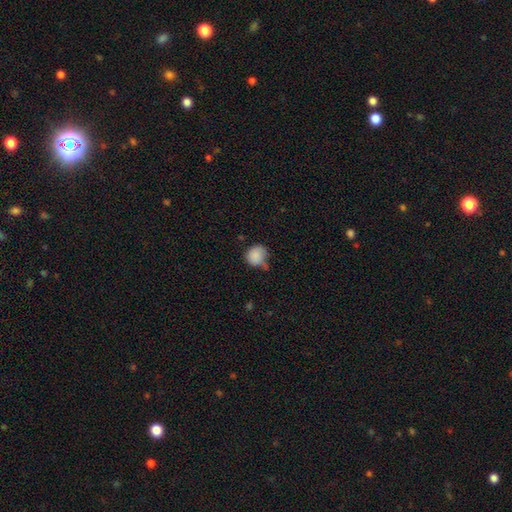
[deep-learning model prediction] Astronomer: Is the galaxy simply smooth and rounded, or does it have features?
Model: smooth — 85%.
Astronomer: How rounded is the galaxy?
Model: round — 81%.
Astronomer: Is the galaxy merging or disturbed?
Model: none — 46% (runner-up: minor disturbance, 36%).